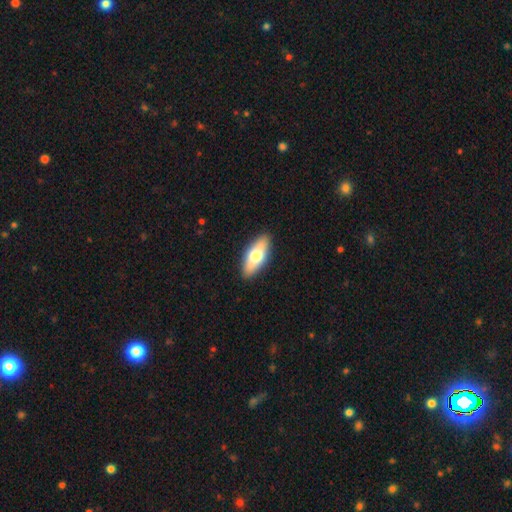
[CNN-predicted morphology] This appears to be a smooth galaxy with no disk features (63%) that is in between round and cigar-shaped (76%). Merging: none (89%).